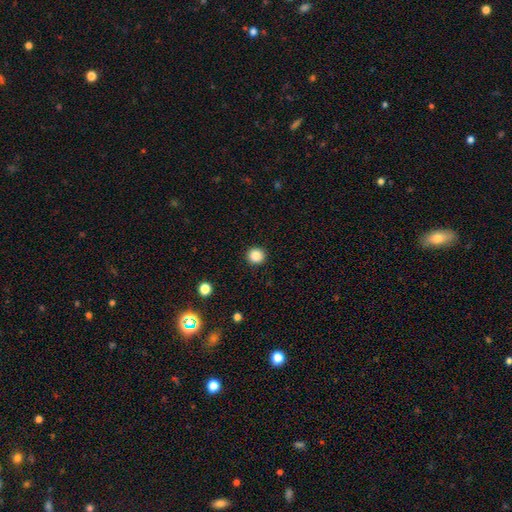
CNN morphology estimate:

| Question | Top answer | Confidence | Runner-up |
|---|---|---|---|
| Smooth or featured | smooth | 86% | star or artifact (10%) |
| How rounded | round | 94% | in between (5%) |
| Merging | none | 93% | minor disturbance (5%) |